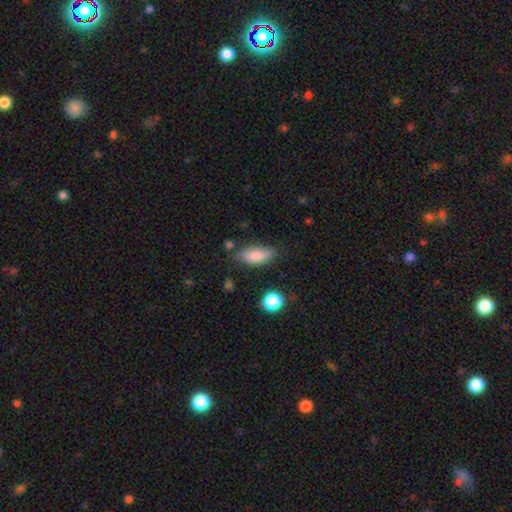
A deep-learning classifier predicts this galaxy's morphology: This is likely a smooth galaxy (80%). How rounded: likely in between (75%). Merging: likely none (72%).